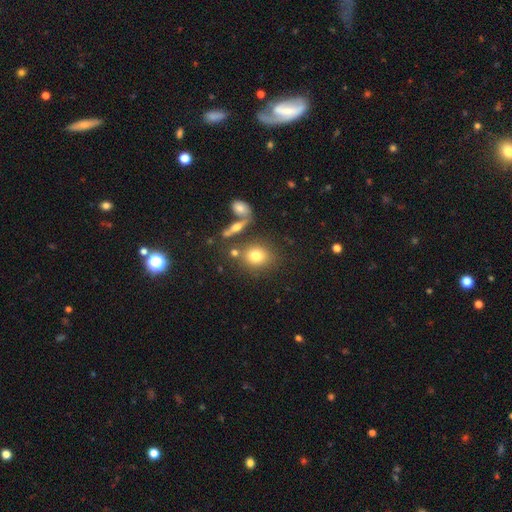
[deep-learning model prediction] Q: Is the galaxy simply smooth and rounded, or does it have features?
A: smooth — 75%.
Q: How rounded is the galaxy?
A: round — 66%.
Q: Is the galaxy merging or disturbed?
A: none — 71%.